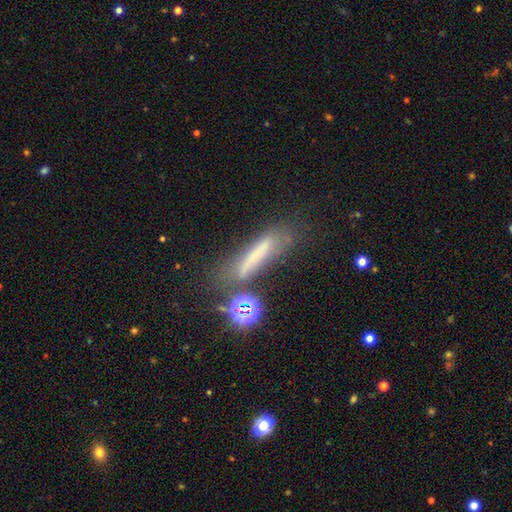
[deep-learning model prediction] Smooth or featured? Predicted: smooth (p=0.52). How rounded? Predicted: cigar-shaped (p=0.80). Merging? Predicted: none (p=0.51).